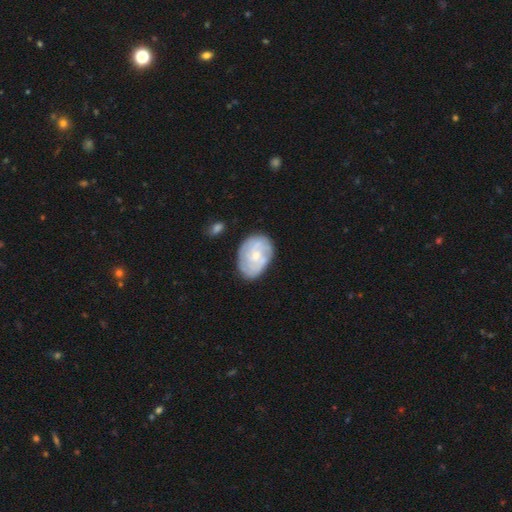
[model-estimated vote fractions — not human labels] A featured or disk galaxy (59%) with no bar (74%), spiral arms (74%) and a small central bulge (59%).

Vote fractions:
- Smooth or featured? featured or disk: 59% / smooth: 35% / star or artifact: 6%
- Edge-on disk? no: 97% / yes: 3%
- Bar? no: 74% / weak: 23% / strong: 3%
- Spiral arms? yes: 74% / no: 26%
- Bulge size? small: 59% / moderate: 36% / none: 2% / large: 2% / dominant: 1%
- Merging? none: 73% / minor disturbance: 20% / major disturbance: 5% / merger: 2%